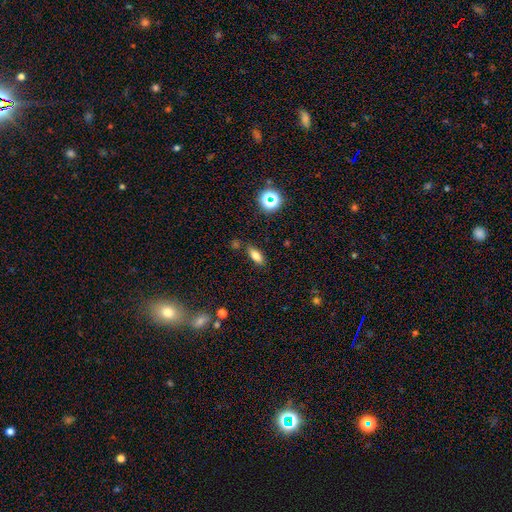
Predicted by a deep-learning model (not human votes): Smooth or featured: smooth — 75% (star or artifact — 14%)
How rounded: in between — 73% (cigar-shaped — 21%)
Merging: none — 78% (minor disturbance — 13%)